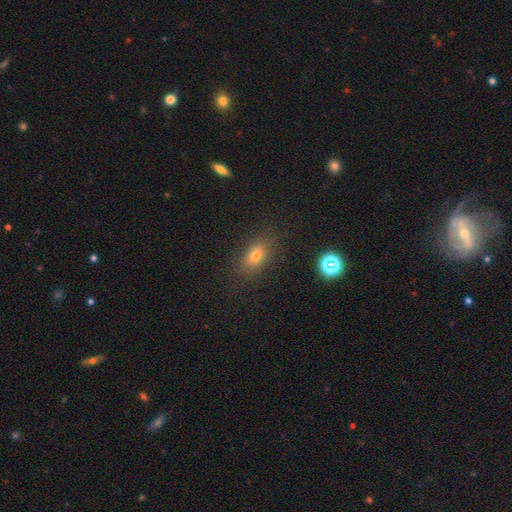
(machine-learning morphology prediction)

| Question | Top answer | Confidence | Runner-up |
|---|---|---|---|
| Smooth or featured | smooth | 70% | star or artifact (15%) |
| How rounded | in between | 76% | round (17%) |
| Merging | none | 84% | minor disturbance (11%) |